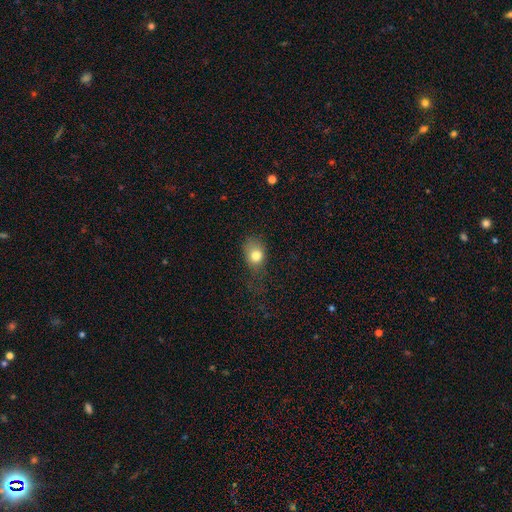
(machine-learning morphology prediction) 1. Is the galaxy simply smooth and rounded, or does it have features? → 79% smooth, 10% featured or disk, 10% star or artifact.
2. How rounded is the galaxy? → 60% in between, 39% round, 2% cigar-shaped.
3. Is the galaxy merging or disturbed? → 47% none, 30% minor disturbance, 21% major disturbance, 2% merger.